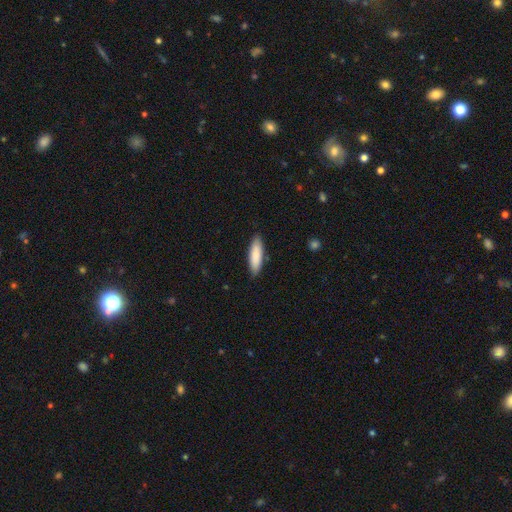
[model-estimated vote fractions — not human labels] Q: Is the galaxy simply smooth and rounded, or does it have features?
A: smooth — 85%.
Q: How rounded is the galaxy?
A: cigar-shaped — 53%.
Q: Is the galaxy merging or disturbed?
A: none — 86%.